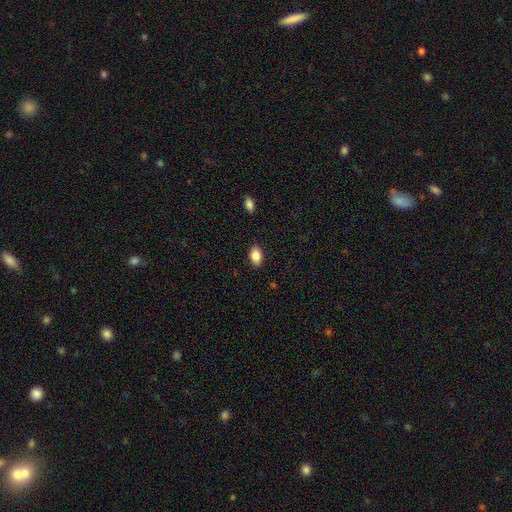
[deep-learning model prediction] smooth-or-featured: smooth: 87% | star or artifact: 8% | featured or disk: 5%
  how-rounded: in between: 91% | round: 7% | cigar-shaped: 2%
  merging: none: 88% | minor disturbance: 9% | major disturbance: 2% | merger: 1%